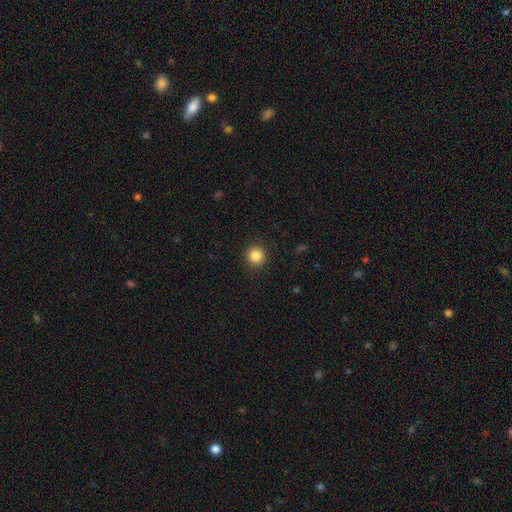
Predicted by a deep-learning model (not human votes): Smooth or featured? Predicted: smooth (p=0.85). How rounded? Predicted: round (p=0.95). Merging? Predicted: none (p=0.92).